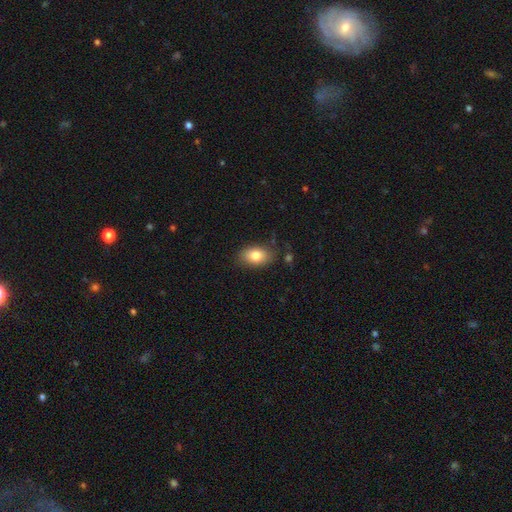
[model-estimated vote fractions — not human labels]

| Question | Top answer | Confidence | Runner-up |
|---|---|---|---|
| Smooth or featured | smooth | 81% | featured or disk (11%) |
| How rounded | in between | 86% | round (12%) |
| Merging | none | 80% | minor disturbance (14%) |